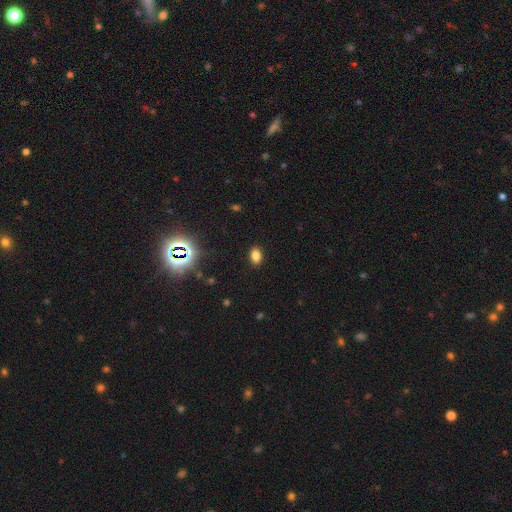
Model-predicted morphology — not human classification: The model was most divided on "smooth or featured": smooth: 80%, star or artifact: 15%, featured or disk: 5%. More confident: merging — none (88%); how rounded — in between (82%).